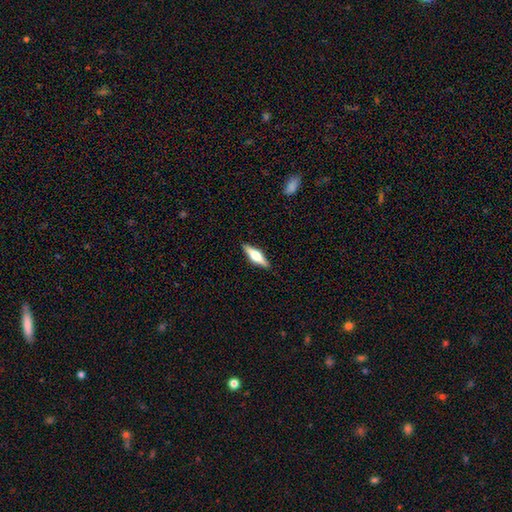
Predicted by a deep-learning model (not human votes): Morphology: type=featured or disk (59%); edge-on=yes (96%); edge-on bulge=rounded (94%); merging=none (90%).